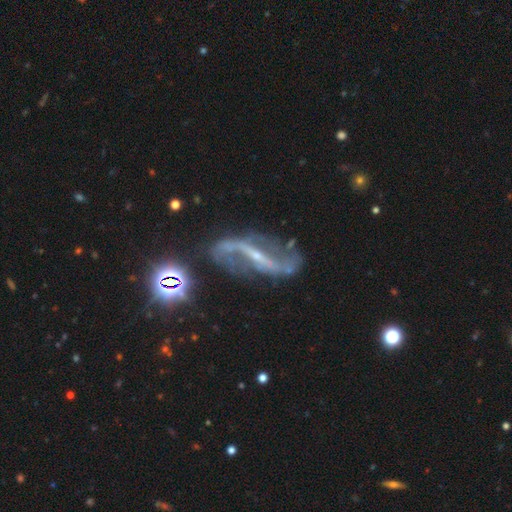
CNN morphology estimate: smooth-or-featured: featured or disk: 88% | star or artifact: 7% | smooth: 5%
  disk-edge-on: no: 89% | yes: 11%
    bar: strong: 61% | weak: 25% | no: 14%
    has-spiral-arms: yes: 93% | no: 7%
      spiral-winding: loose: 72% | medium: 20% | tight: 8%
      spiral-arm-count: 2: 92% | can't tell: 3% | 1: 2% | 3: 1% | 4: 1% | more than 4: 1%
    bulge-size: small: 79% | moderate: 13% | none: 6% | large: 1% | dominant: 1%
  merging: none: 68% | minor disturbance: 17% | major disturbance: 10% | merger: 5%